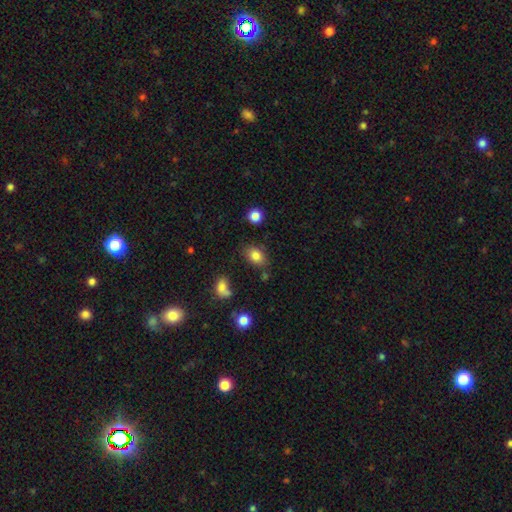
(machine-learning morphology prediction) Overall: smooth (82%). How rounded: in between (77%). Merging: none (77%).